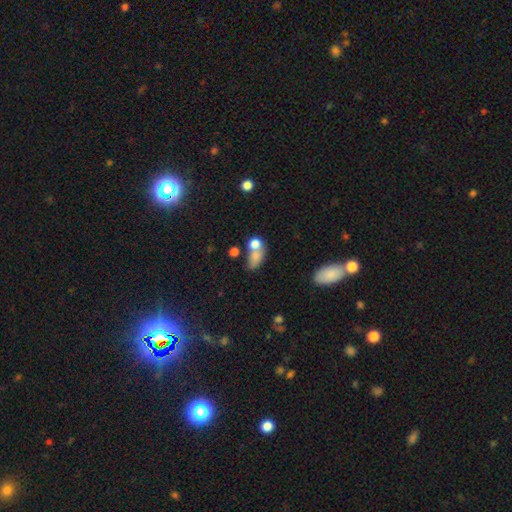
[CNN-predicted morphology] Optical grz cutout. It shows a smooth galaxy with no disk features (73%) that is in between round and cigar-shaped (68%). Merging: merger (46%).